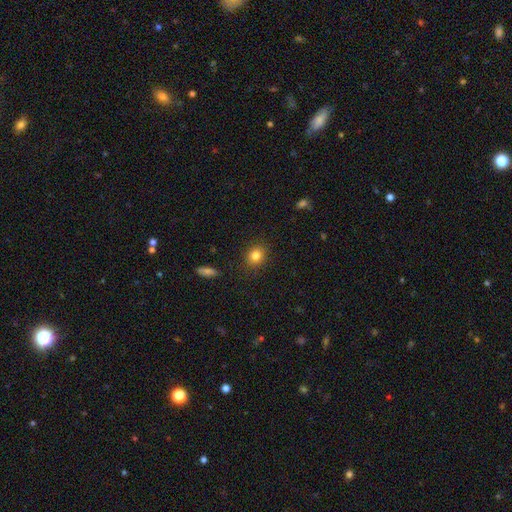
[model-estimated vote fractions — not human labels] This appears to be a smooth galaxy with no disk features (82%) that is round (73%). Merging: none (88%).